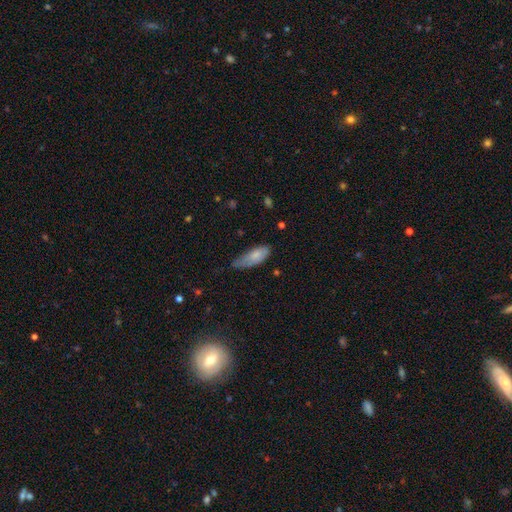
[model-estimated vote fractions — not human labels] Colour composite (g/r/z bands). It shows a smooth galaxy with no disk features (77%) that is in between round and cigar-shaped (74%). Merging: minor disturbance (48%).